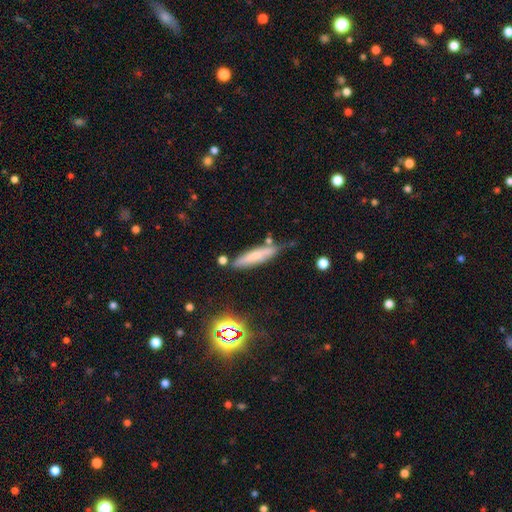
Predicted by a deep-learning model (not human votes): smooth-or-featured: smooth: 66% | featured or disk: 24% | star or artifact: 10%
  how-rounded: cigar-shaped: 81% | in between: 17% | round: 2%
  merging: none: 65% | minor disturbance: 22% | merger: 8% | major disturbance: 5%